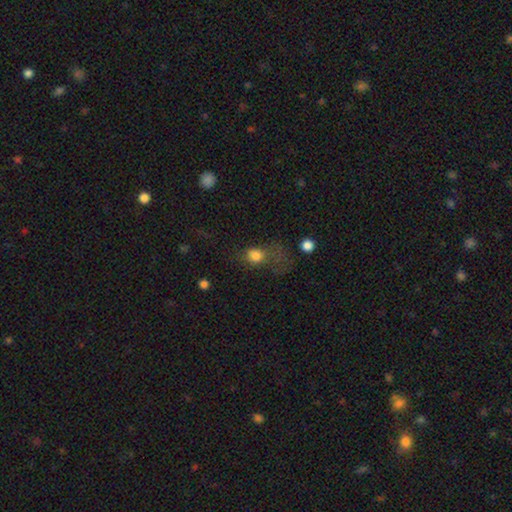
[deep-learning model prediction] Smooth or featured: smooth — 74% (featured or disk — 13%)
How rounded: round — 50% (in between — 47%)
Merging: major disturbance — 45% (none — 31%)